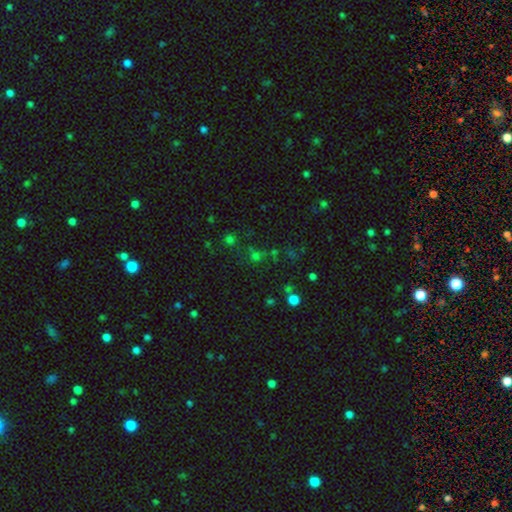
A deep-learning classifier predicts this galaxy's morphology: The model was most divided on "smooth or featured": star or artifact: 49%, smooth: 41%, featured or disk: 9%.